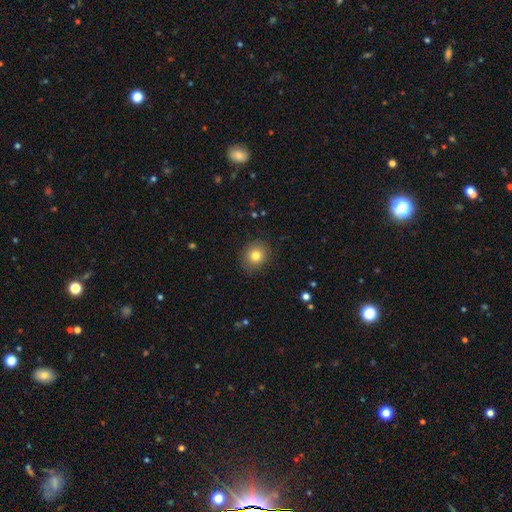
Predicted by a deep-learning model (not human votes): Smooth or featured?
  - smooth: 80% *
  - star or artifact: 12%
  - featured or disk: 9%
How rounded?
  - round: 76% *
  - in between: 23%
  - cigar-shaped: 1%
Merging?
  - none: 87% *
  - minor disturbance: 10%
  - major disturbance: 3%
  - merger: 1%